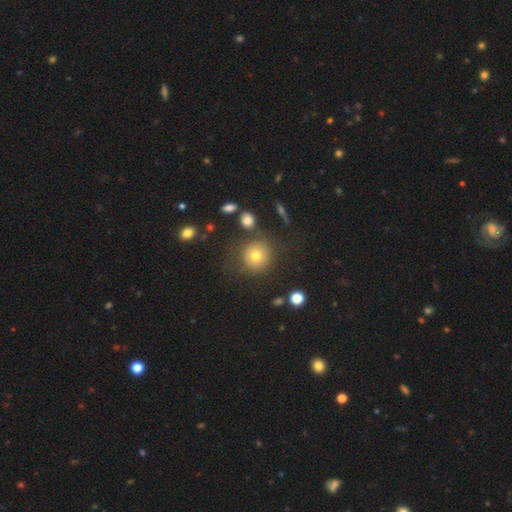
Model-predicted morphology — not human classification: Q: Smooth or featured?
A: smooth (73%); runner-up: featured or disk (15%)
Q: How rounded?
A: round (90%); runner-up: in between (9%)
Q: Merging?
A: none (75%); runner-up: minor disturbance (13%)